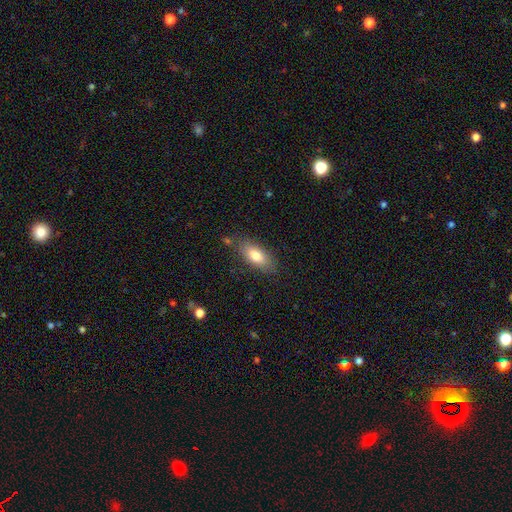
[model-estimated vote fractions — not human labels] The model was most divided on "smooth or featured": smooth: 78%, featured or disk: 15%, star or artifact: 7%. More confident: how rounded — in between (82%); merging — none (79%).